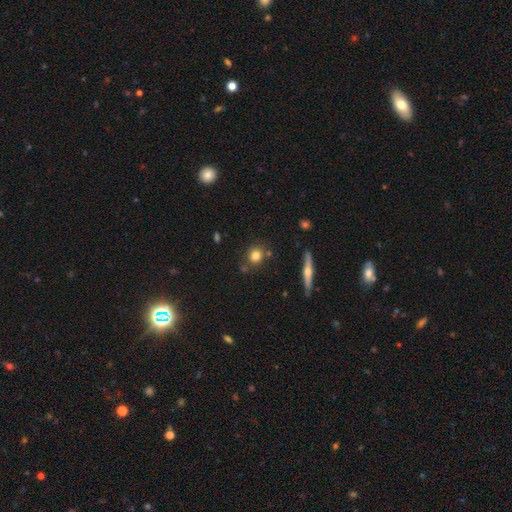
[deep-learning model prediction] Smooth or featured? smooth (77%)
How rounded? round (83%)
Merging? none (78%)